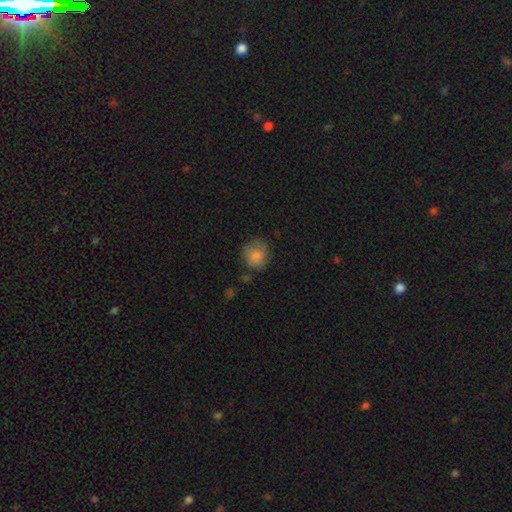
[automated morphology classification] Smooth or featured?
  - smooth: 84% *
  - star or artifact: 9%
  - featured or disk: 7%
How rounded?
  - round: 84% *
  - in between: 15%
  - cigar-shaped: 1%
Merging?
  - none: 67% *
  - minor disturbance: 22%
  - major disturbance: 7%
  - merger: 3%